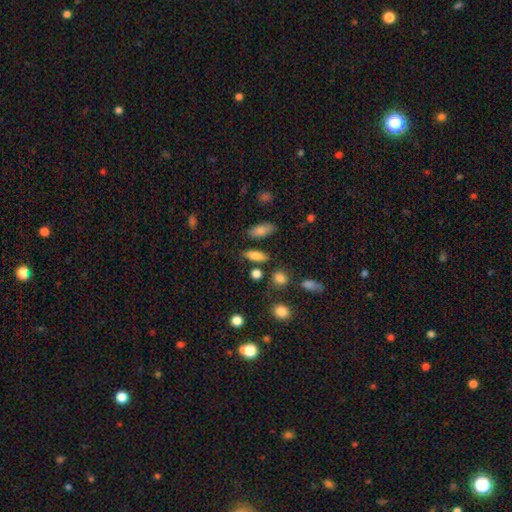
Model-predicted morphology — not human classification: This is likely a smooth galaxy (79%). How rounded: possibly in between (56%). Merging: likely none (76%).